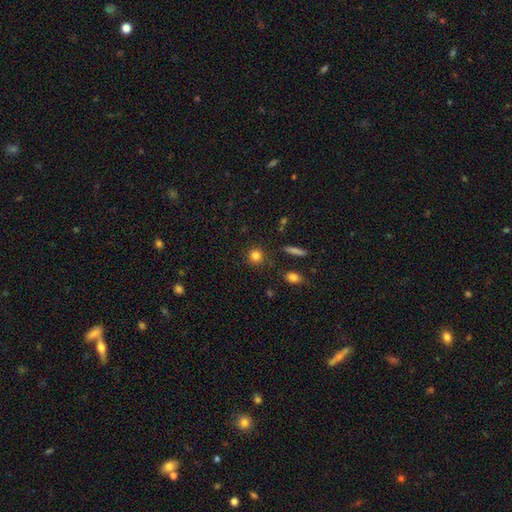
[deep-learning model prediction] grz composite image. It shows a smooth galaxy with no disk features (83%) that is round (90%). Merging: none (86%).